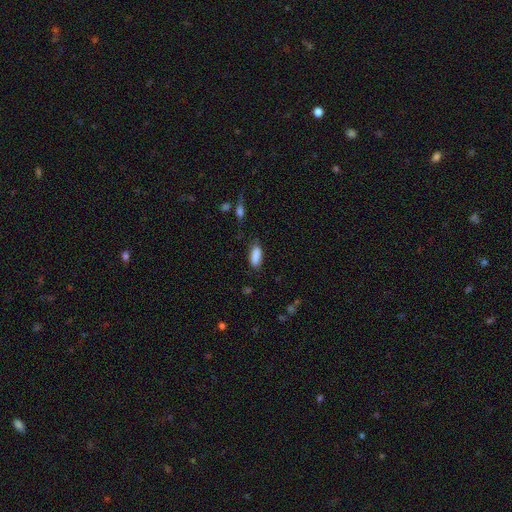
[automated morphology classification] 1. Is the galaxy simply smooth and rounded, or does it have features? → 88% smooth, 7% star or artifact, 5% featured or disk.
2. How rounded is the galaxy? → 78% in between, 20% cigar-shaped, 2% round.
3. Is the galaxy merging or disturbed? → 76% none, 17% minor disturbance, 4% major disturbance, 2% merger.